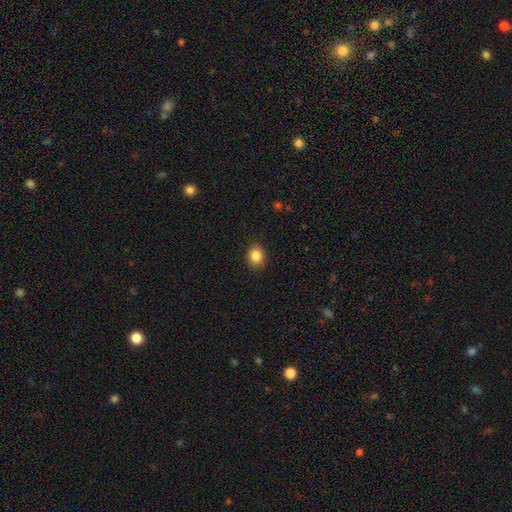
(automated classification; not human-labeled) Smooth or featured?
  - smooth: 85% *
  - star or artifact: 10%
  - featured or disk: 5%
How rounded?
  - round: 57% *
  - in between: 43%
  - cigar-shaped: 1%
Merging?
  - none: 88% *
  - minor disturbance: 9%
  - major disturbance: 2%
  - merger: 1%